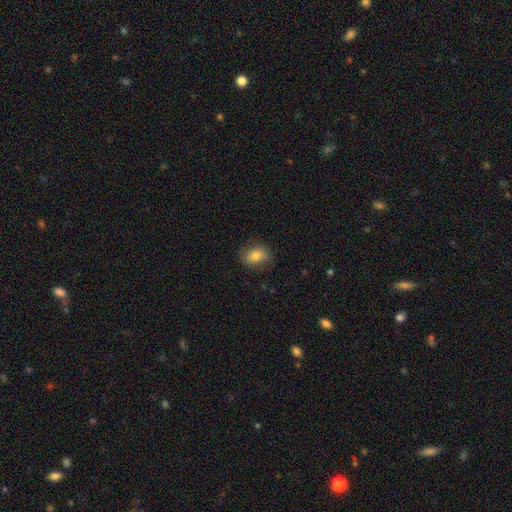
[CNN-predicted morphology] This is likely a smooth galaxy (75%). How rounded: likely in between (63%). Merging: likely none (79%).